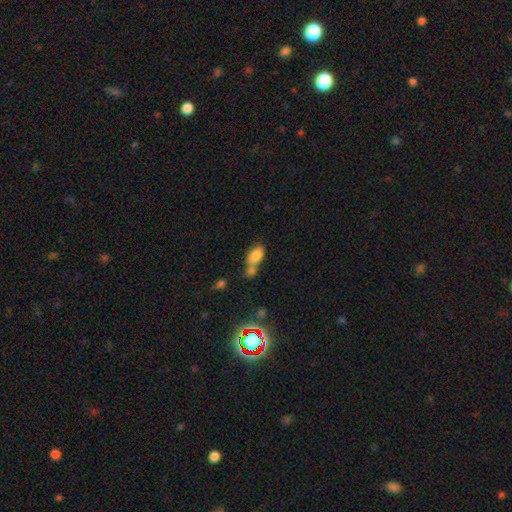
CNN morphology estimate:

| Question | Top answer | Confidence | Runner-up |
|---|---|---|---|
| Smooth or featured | smooth | 79% | star or artifact (11%) |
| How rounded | in between | 89% | round (8%) |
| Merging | merger | 52% | none (29%) |